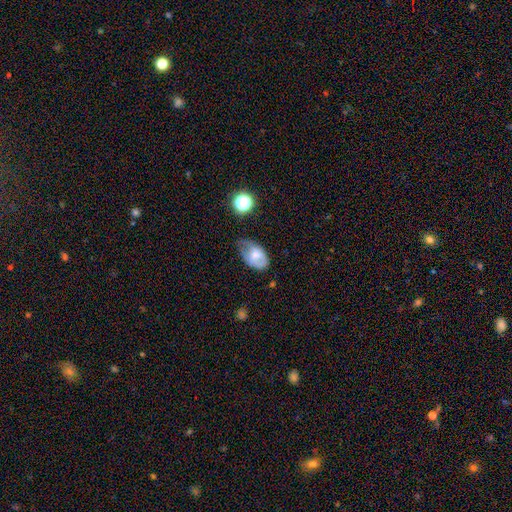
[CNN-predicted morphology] Q: Smooth or featured?
A: smooth (63%); runner-up: featured or disk (28%)
Q: How rounded?
A: in between (87%); runner-up: round (11%)
Q: Merging?
A: minor disturbance (43%); runner-up: none (33%)